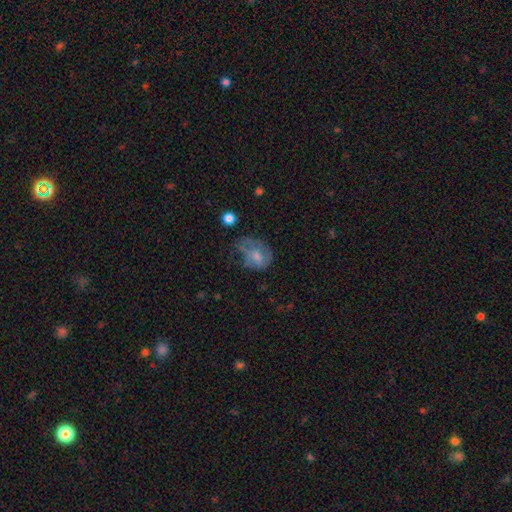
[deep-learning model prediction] A smooth galaxy with no disk features (57%) that is in between round and cigar-shaped (55%). Merging: major disturbance (37%).